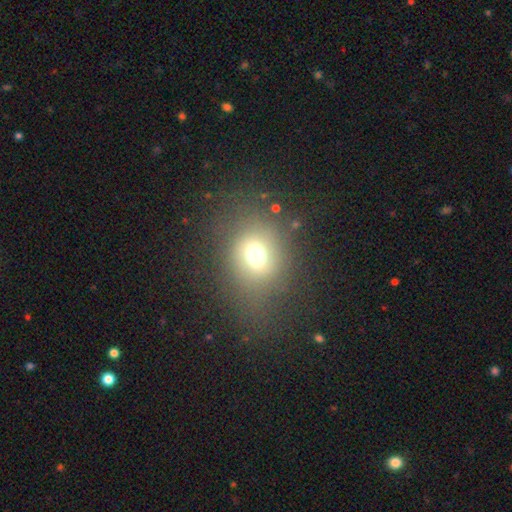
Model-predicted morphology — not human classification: type=smooth (66%); roundness=round (66%); merging=none (69%).